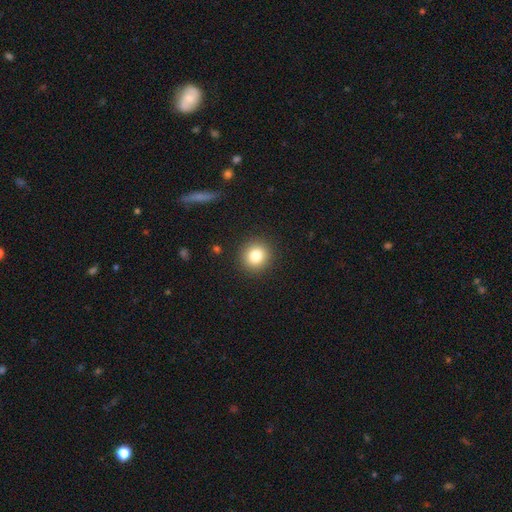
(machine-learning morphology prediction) type=smooth (82%); roundness=round (89%); merging=none (90%).